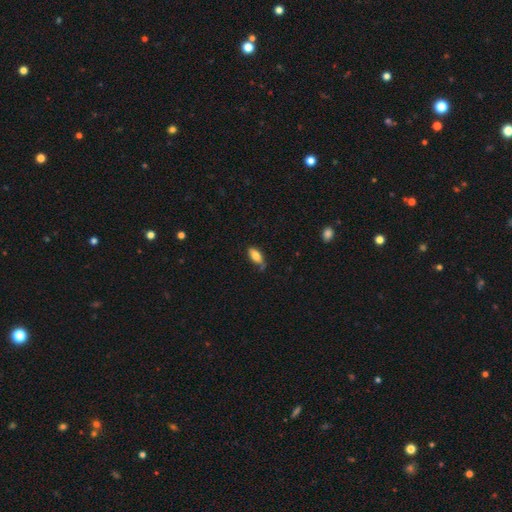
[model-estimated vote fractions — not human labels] The model was most divided on "merging": none: 63%, minor disturbance: 27%, major disturbance: 6%, merger: 5%. More confident: how rounded — in between (86%); smooth or featured — smooth (80%).